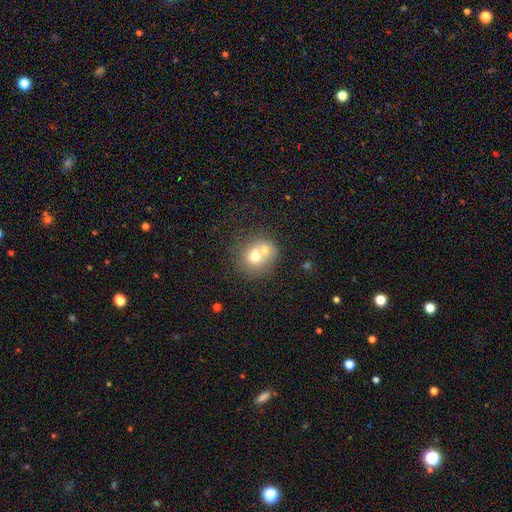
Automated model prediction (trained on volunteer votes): A smooth galaxy with no disk features (65%) that is round (79%). Merging: merger (53%).